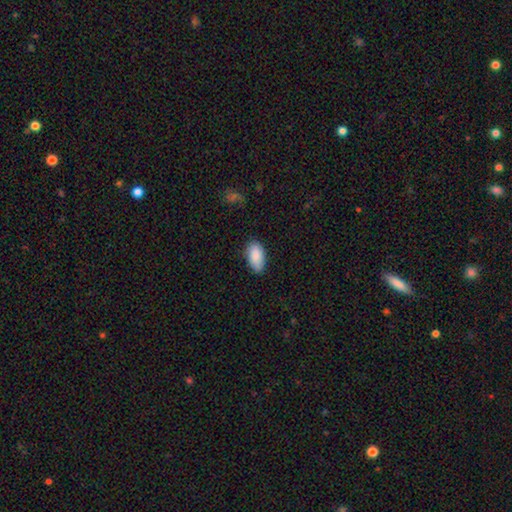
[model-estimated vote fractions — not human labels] Morphology: type=smooth (89%); roundness=in between (94%); merging=none (79%).